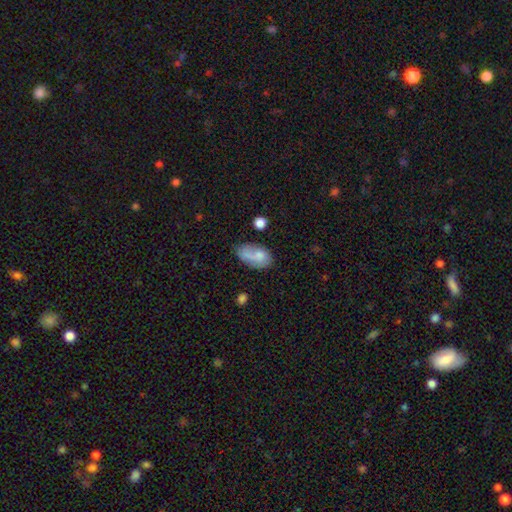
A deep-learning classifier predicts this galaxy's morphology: A smooth galaxy with no disk features (70%) that is in between round and cigar-shaped (90%).

Vote fractions:
- Smooth or featured? smooth: 70% / featured or disk: 21% / star or artifact: 9%
- How rounded? in between: 90% / round: 7% / cigar-shaped: 3%
- Merging? none: 45% / minor disturbance: 27% / merger: 14% / major disturbance: 14%